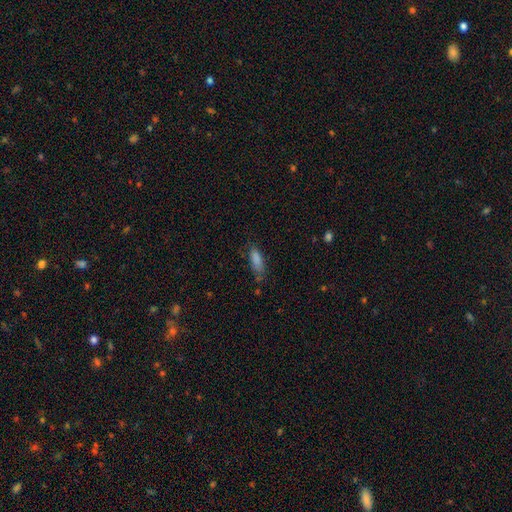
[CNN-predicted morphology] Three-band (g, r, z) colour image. It shows a smooth galaxy with no disk features (76%) that is in between round and cigar-shaped (55%). Merging: none (64%).